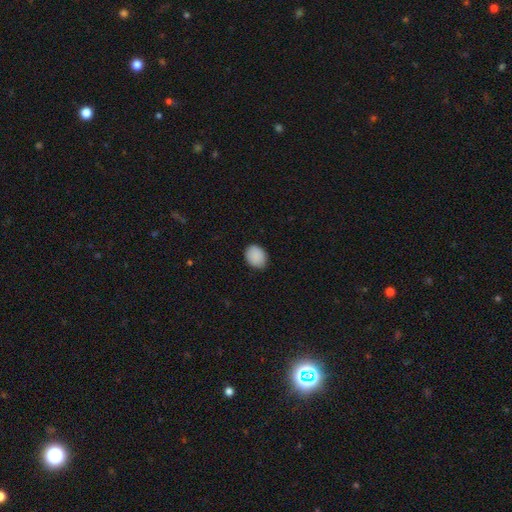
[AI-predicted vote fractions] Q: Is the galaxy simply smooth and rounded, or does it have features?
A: smooth — 90%.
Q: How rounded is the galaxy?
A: in between — 57%.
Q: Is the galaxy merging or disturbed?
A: none — 82%.